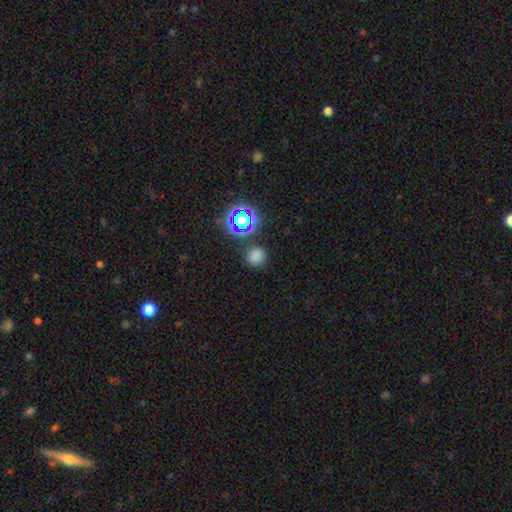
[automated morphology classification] smooth 72%, star or artifact 22%, featured or disk 5%. Down the decision tree: how rounded — round (87%); merging — none (84%).